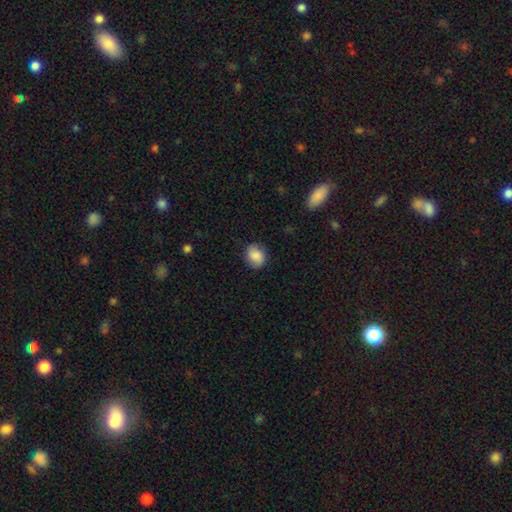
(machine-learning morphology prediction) A smooth galaxy with no disk features (81%) that is round (57%). Merging: none (82%).